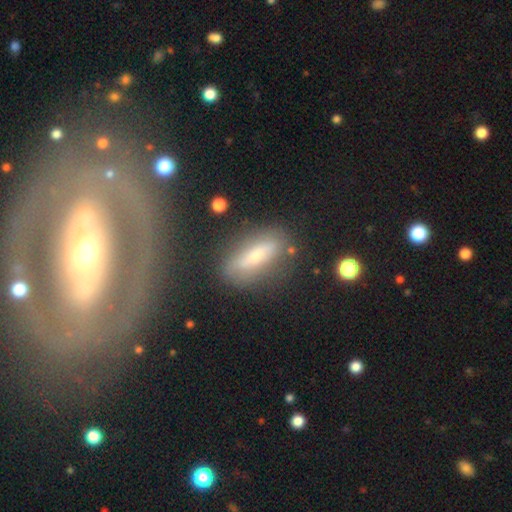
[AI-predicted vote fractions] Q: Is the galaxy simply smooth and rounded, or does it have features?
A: smooth — 51%.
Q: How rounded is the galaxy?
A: cigar-shaped — 48%, tied with in between.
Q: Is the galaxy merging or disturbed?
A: none — 77%.